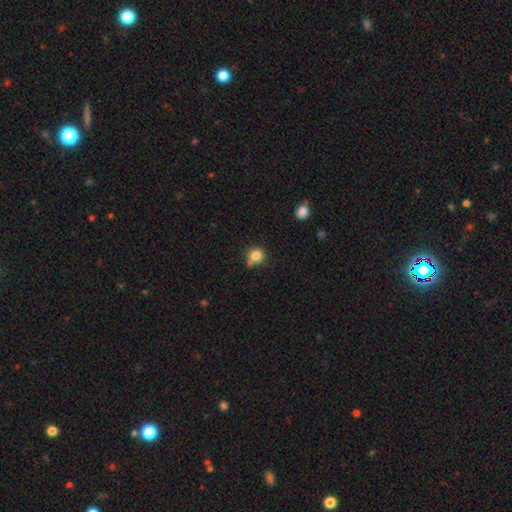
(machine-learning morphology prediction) Smooth or featured?
  - smooth: 83% *
  - star or artifact: 11%
  - featured or disk: 6%
How rounded?
  - round: 87% *
  - in between: 12%
  - cigar-shaped: 1%
Merging?
  - none: 65% *
  - minor disturbance: 19%
  - merger: 11%
  - major disturbance: 5%